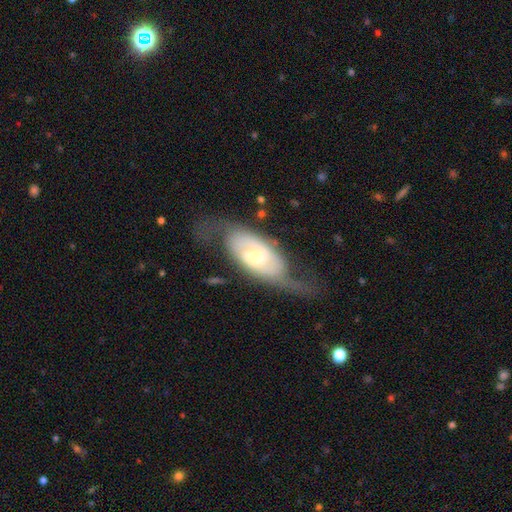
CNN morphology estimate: smooth_or_featured: featured or disk (p=0.76) [alt: smooth p=0.18]
disk_edge_on: no (p=0.90) [alt: yes p=0.10]
bar: no (p=0.54) [alt: weak p=0.35]
has_spiral_arms: yes (p=0.86) [alt: no p=0.14]
spiral_winding: medium (p=0.39) [alt: loose p=0.36]
spiral_arm_count: 2 (p=0.80) [alt: can't tell p=0.12]
bulge_size: moderate (p=0.48) [alt: small p=0.42]
merging: none (p=0.54) [alt: major disturbance p=0.23]